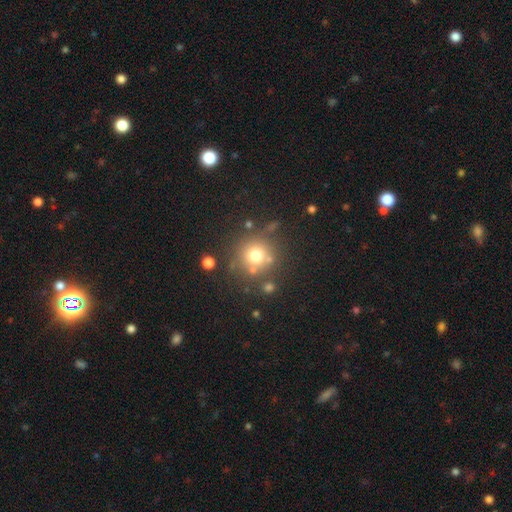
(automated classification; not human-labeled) smooth 71%, star or artifact 16%, featured or disk 13%. Down the decision tree: how rounded — round (92%); merging — none (73%).